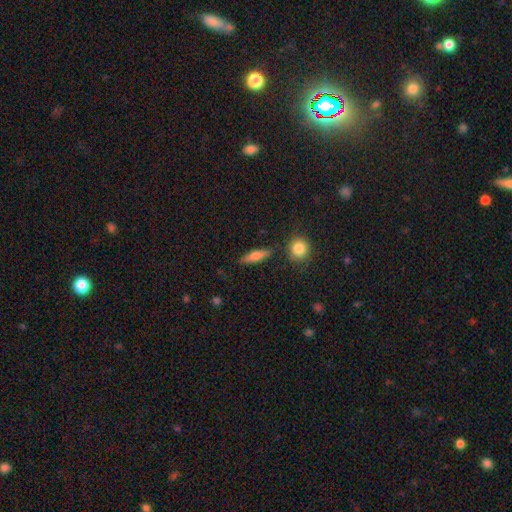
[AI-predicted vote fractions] Q: Smooth or featured?
A: smooth (73%); runner-up: featured or disk (20%)
Q: How rounded?
A: cigar-shaped (53%); runner-up: in between (41%)
Q: Merging?
A: none (84%); runner-up: minor disturbance (10%)